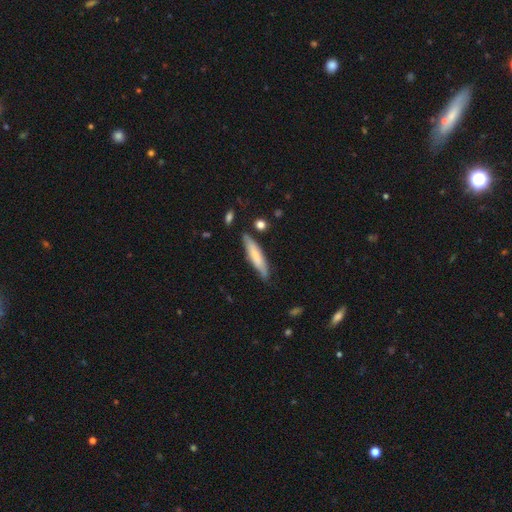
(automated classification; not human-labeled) The model was most divided on "smooth or featured": smooth: 69%, featured or disk: 25%, star or artifact: 6%. More confident: how rounded — cigar-shaped (84%); merging — none (79%).